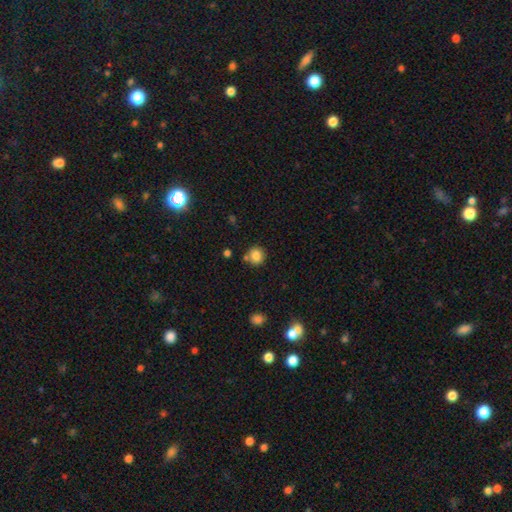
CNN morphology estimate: type=smooth (85%); roundness=round (89%); merging=none (74%).